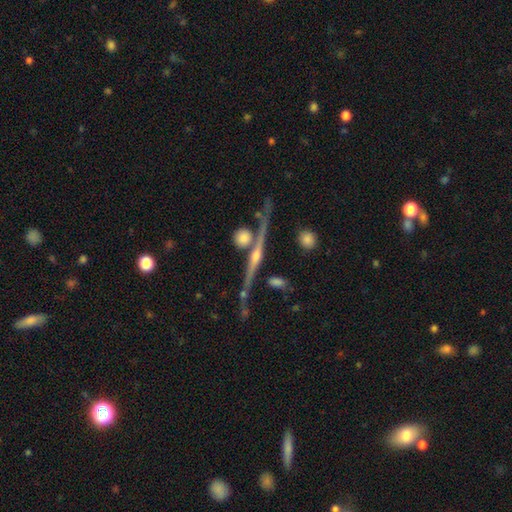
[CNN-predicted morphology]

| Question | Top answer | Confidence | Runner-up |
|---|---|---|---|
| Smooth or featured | featured or disk | 85% | star or artifact (9%) |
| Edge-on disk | yes | 92% | no (8%) |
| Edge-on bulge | rounded | 88% | none (7%) |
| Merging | none | 70% | minor disturbance (13%) |